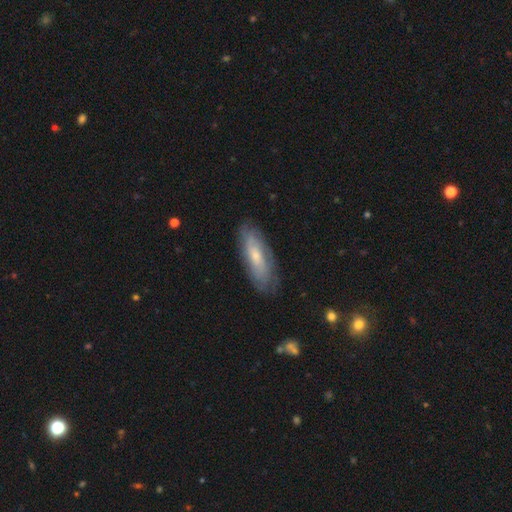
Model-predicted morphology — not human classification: type=featured or disk (51%); edge-on=no (75%); merging=none (76%).